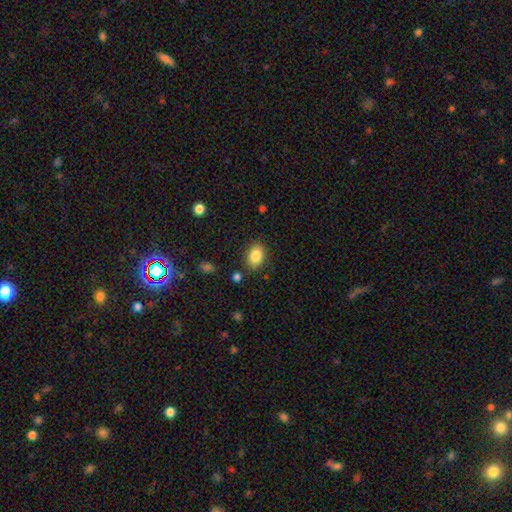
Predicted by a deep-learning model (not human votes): Overall: smooth (85%). How rounded: in between (79%). Merging: none (83%).